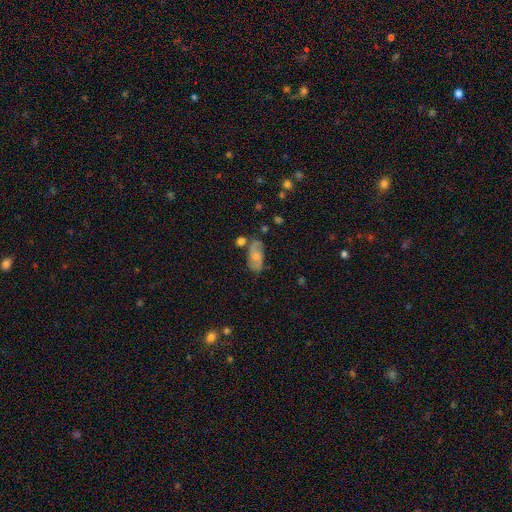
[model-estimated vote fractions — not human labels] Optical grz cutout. It shows a smooth galaxy with no disk features (47%). Merging: none (63%).